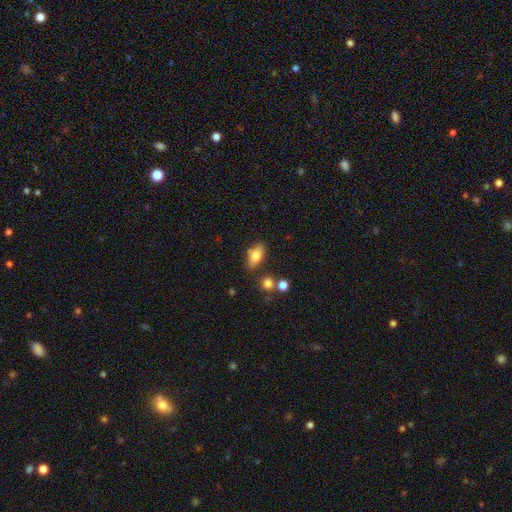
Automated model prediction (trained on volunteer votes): Morphology: type=smooth (75%); roundness=in between (83%); merging=none (71%).